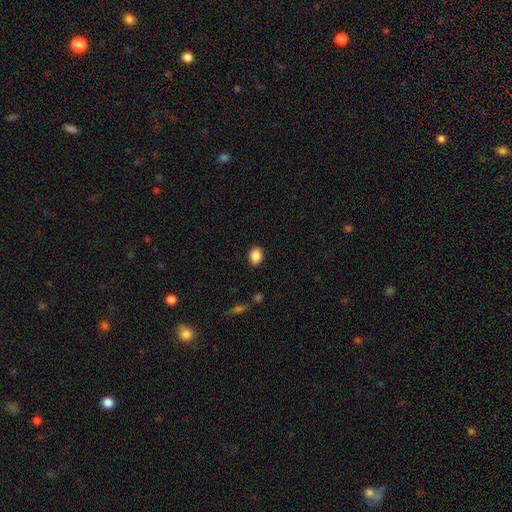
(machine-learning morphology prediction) Smooth or featured?
  - smooth: 88% *
  - star or artifact: 8%
  - featured or disk: 4%
How rounded?
  - in between: 65% *
  - round: 33%
  - cigar-shaped: 1%
Merging?
  - none: 89% *
  - minor disturbance: 8%
  - major disturbance: 2%
  - merger: 1%